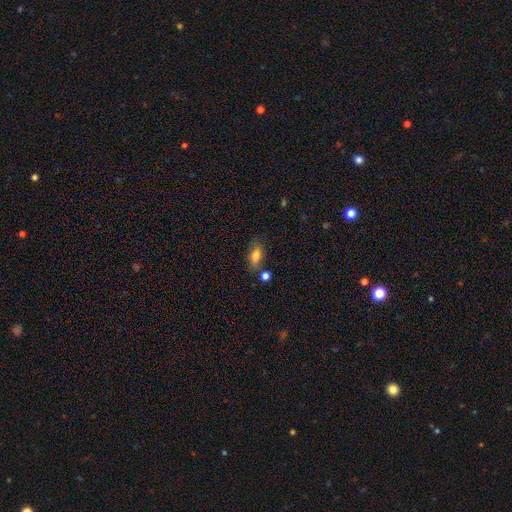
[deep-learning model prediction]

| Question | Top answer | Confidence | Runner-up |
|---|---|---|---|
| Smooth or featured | smooth | 74% | featured or disk (17%) |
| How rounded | in between | 81% | cigar-shaped (10%) |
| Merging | none | 68% | minor disturbance (18%) |